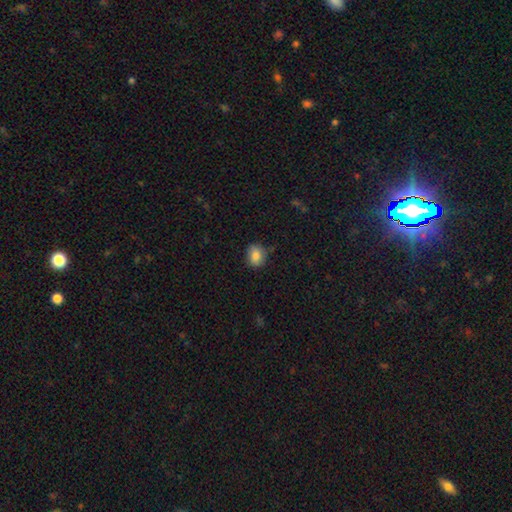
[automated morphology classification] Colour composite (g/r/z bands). It shows a smooth galaxy with no disk features (83%) that is round (62%). Merging: none (80%).